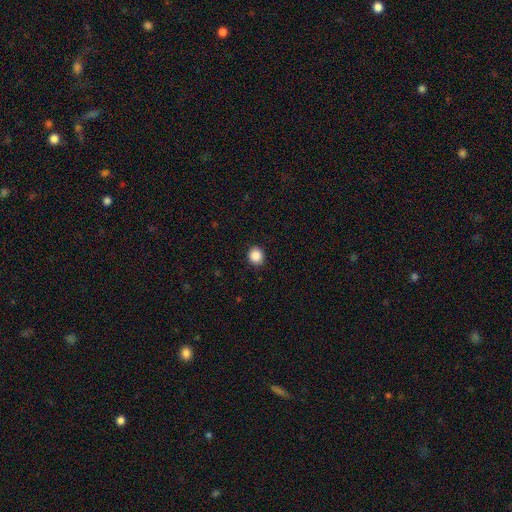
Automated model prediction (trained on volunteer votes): This is clearly a smooth galaxy (88%). How rounded: likely round (80%). Merging: clearly none (91%).